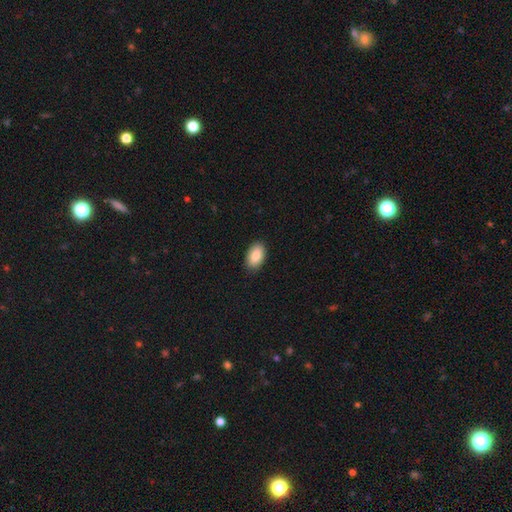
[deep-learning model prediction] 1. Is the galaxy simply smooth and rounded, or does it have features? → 86% smooth, 8% featured or disk, 7% star or artifact.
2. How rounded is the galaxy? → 93% in between, 6% round, 1% cigar-shaped.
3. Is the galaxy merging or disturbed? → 89% none, 9% minor disturbance, 2% major disturbance, 1% merger.